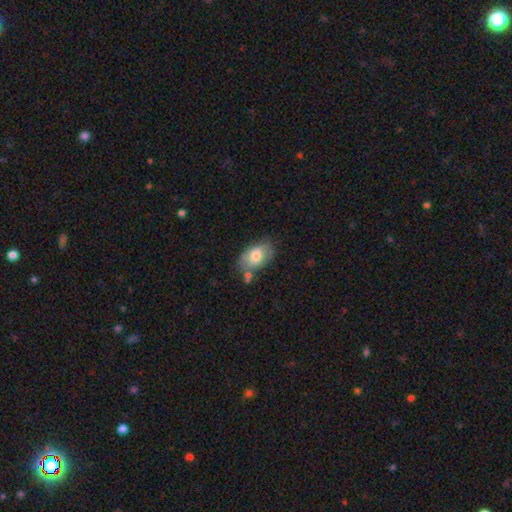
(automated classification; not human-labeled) Smooth or featured? smooth (72%)
How rounded? in between (92%)
Merging? none (59%)